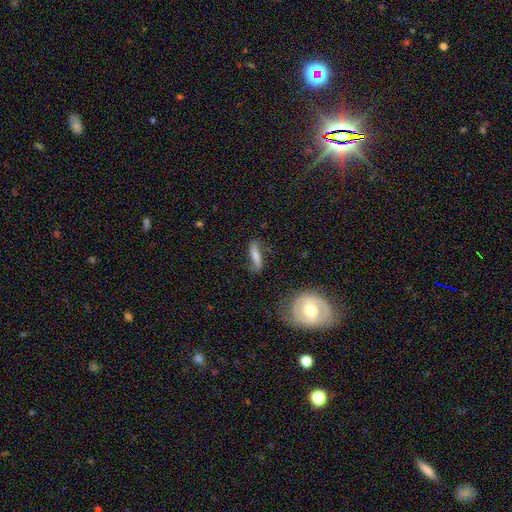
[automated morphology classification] smooth 66%, featured or disk 26%, star or artifact 8%. Down the decision tree: how rounded — cigar-shaped (74%); merging — none (68%).